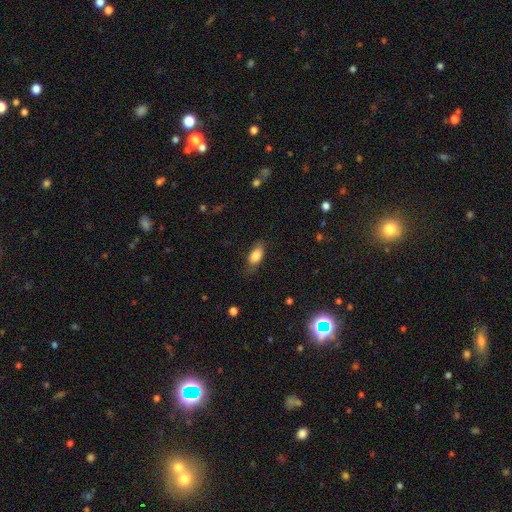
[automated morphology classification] A smooth galaxy with no disk features (84%) that is in between round and cigar-shaped (87%). Merging: none (76%).